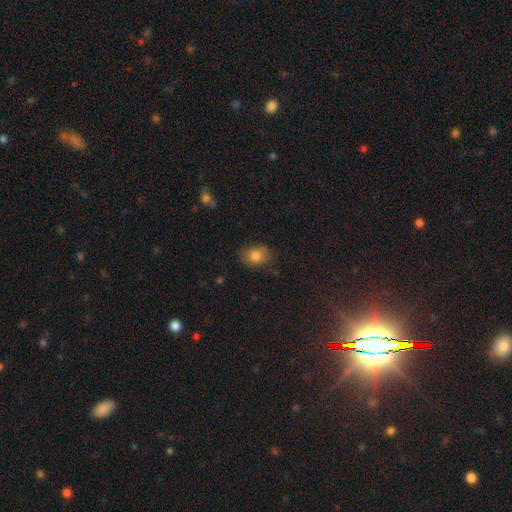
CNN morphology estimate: Smooth or featured? smooth (81%)
How rounded? in between (68%)
Merging? none (79%)